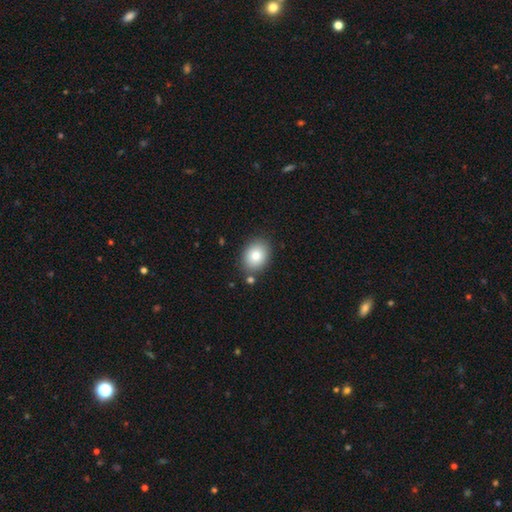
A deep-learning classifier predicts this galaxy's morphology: Q: Smooth or featured?
A: smooth (83%); runner-up: featured or disk (9%)
Q: How rounded?
A: in between (62%); runner-up: round (37%)
Q: Merging?
A: none (82%); runner-up: minor disturbance (11%)